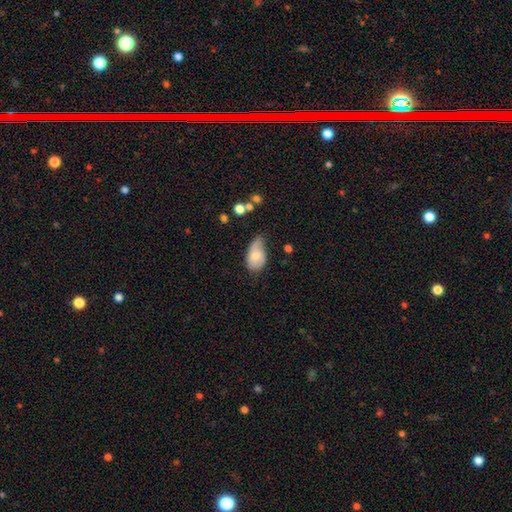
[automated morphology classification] The model was most divided on "merging": minor disturbance: 48%, none: 28%, major disturbance: 20%, merger: 4%. More confident: how rounded — in between (89%); smooth or featured — smooth (69%).